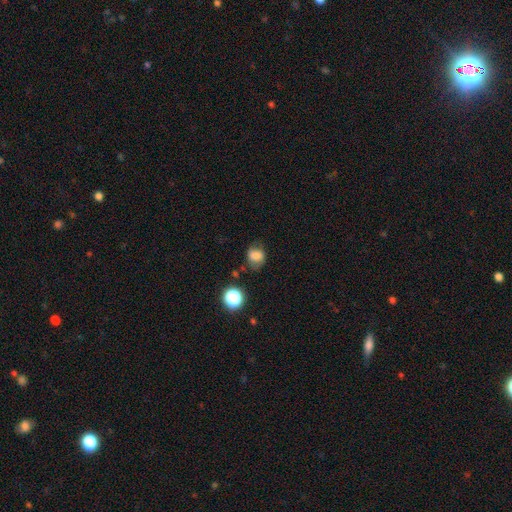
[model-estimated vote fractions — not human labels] Smooth or featured: smooth — 74% (star or artifact — 13%)
How rounded: round — 56% (in between — 42%)
Merging: none — 59% (minor disturbance — 26%)